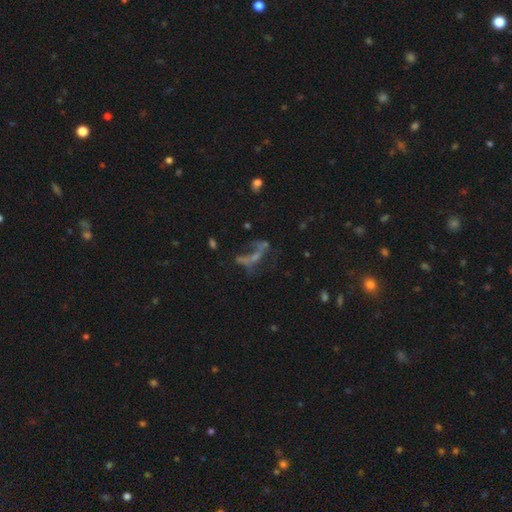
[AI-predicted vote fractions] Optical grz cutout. It shows a featured or disk galaxy (46%). Merging: major disturbance (36%).